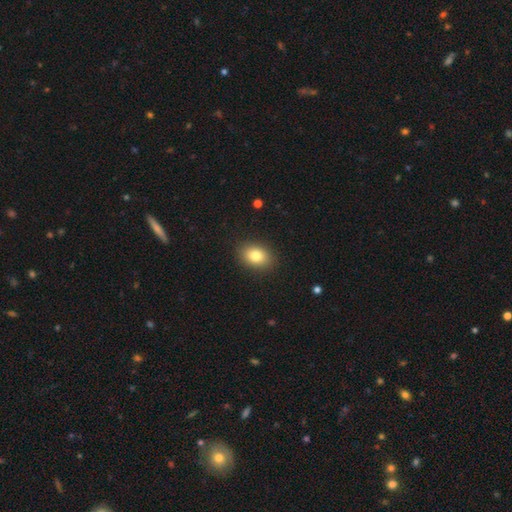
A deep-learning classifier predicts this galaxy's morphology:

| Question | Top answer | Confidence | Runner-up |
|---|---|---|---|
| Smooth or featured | smooth | 82% | star or artifact (9%) |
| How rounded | in between | 73% | round (26%) |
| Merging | none | 89% | minor disturbance (8%) |